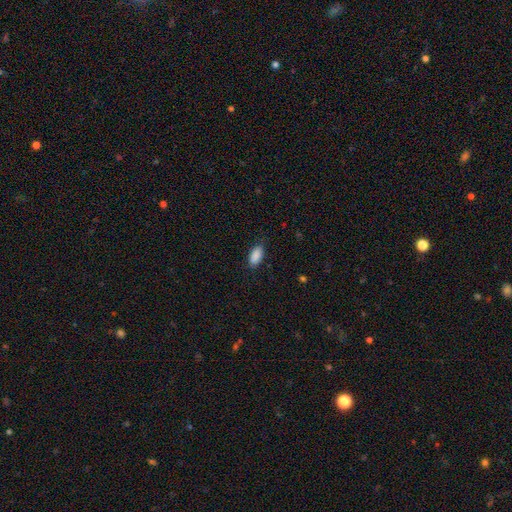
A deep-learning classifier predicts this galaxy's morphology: type=smooth (90%); roundness=in between (92%); merging=none (82%).